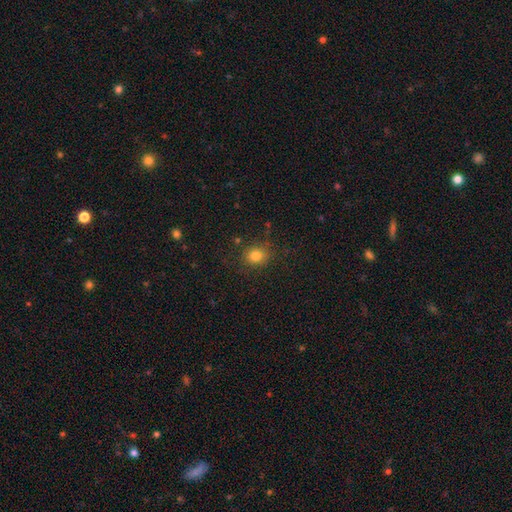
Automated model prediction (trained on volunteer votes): This is clearly a smooth galaxy (81%). How rounded: likely round (75%). Merging: clearly none (83%).